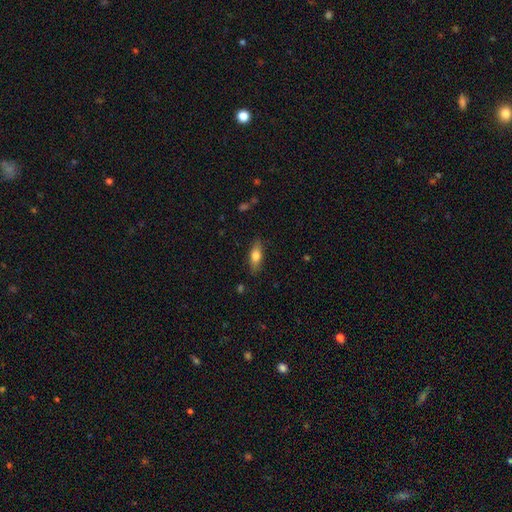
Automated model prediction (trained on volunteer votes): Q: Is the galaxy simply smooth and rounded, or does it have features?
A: smooth — 74%.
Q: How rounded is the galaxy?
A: in between — 69%.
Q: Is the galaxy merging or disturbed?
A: none — 84%.